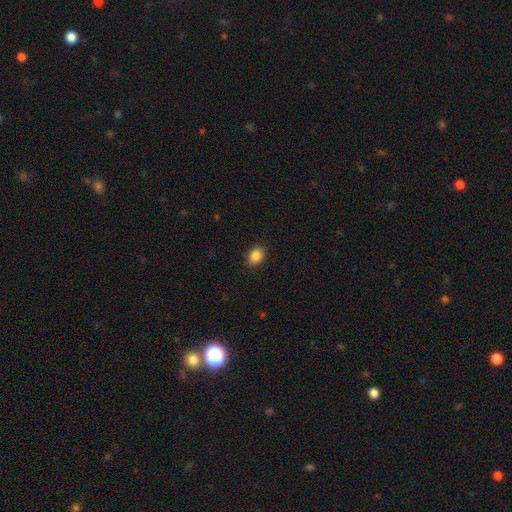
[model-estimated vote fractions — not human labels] Smooth or featured? Predicted: smooth (p=0.87). How rounded? Predicted: in between (p=0.55). Merging? Predicted: none (p=0.89).